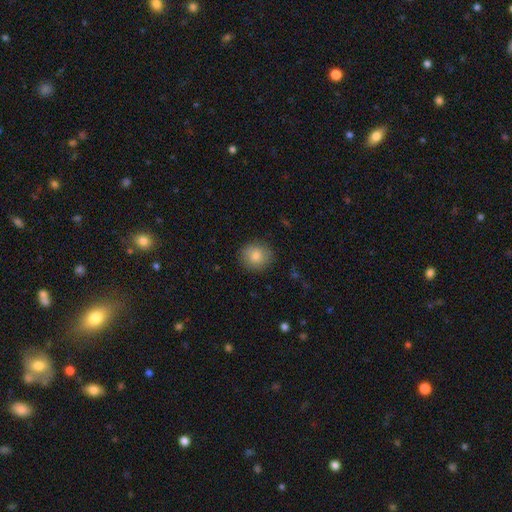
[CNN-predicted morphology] This is clearly a smooth galaxy (82%). How rounded: clearly round (84%). Merging: clearly none (88%).